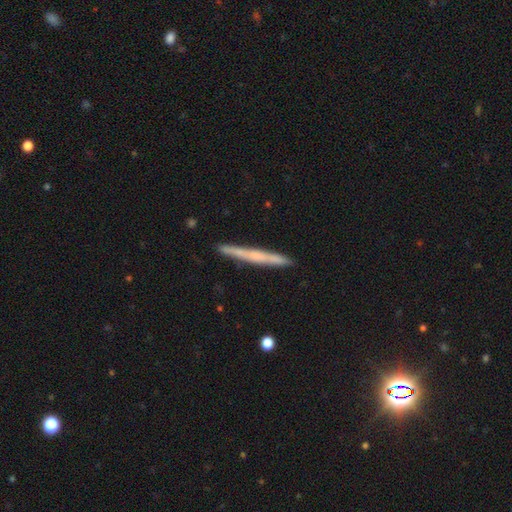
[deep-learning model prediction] Q: Smooth or featured?
A: featured or disk (50%); runner-up: smooth (43%)
Q: Merging?
A: none (89%); runner-up: minor disturbance (8%)